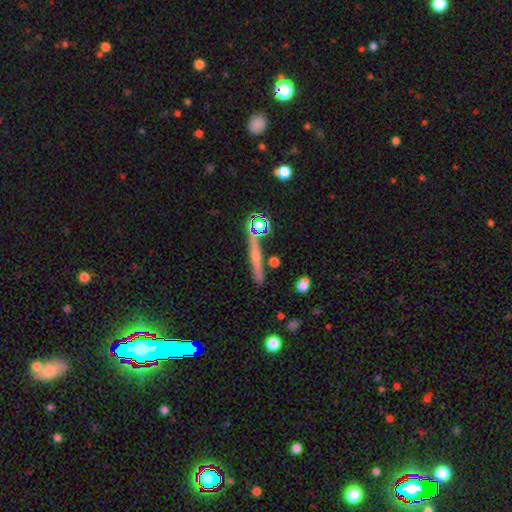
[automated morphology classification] A featured or disk galaxy (45%). Merging: none (82%).